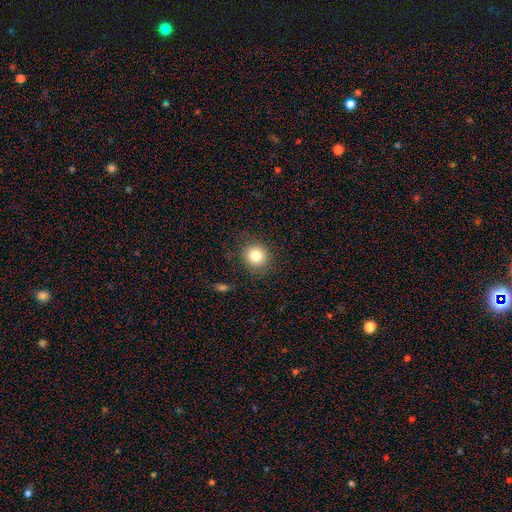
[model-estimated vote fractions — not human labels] Overall: smooth (81%). How rounded: round (87%). Merging: none (86%).